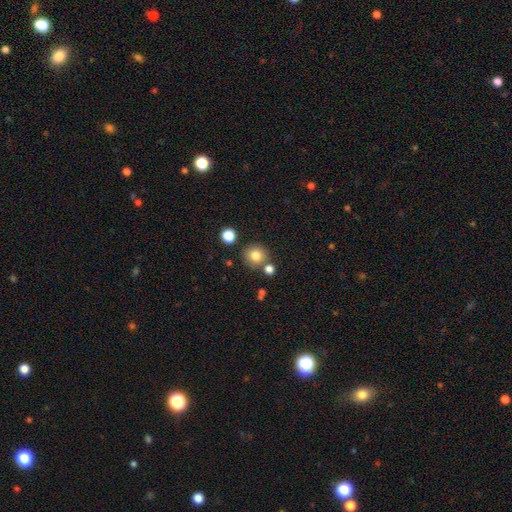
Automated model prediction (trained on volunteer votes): Smooth or featured? smooth (81%)
How rounded? round (90%)
Merging? none (77%)